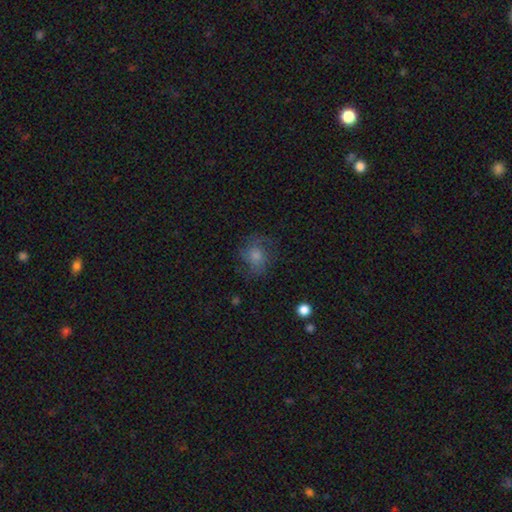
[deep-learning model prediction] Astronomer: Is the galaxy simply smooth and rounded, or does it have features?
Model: smooth — 50% (runner-up: featured or disk, 32%).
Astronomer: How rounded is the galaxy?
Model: round — 72%.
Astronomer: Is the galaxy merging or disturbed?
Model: none — 68%.